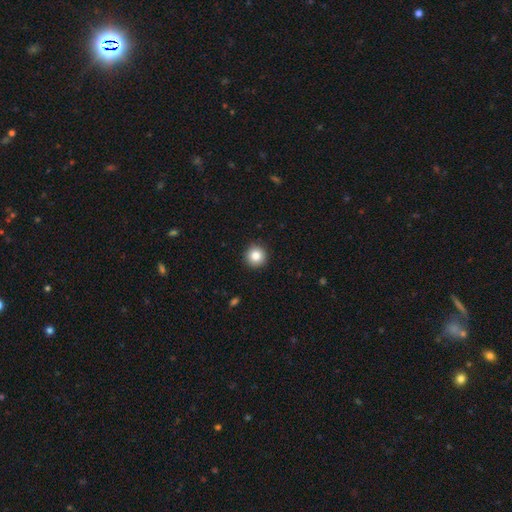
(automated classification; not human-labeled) smooth_or_featured: smooth (p=0.84) [alt: star or artifact p=0.10]
how_rounded: round (p=0.95) [alt: in between p=0.04]
merging: none (p=0.92) [alt: minor disturbance p=0.05]